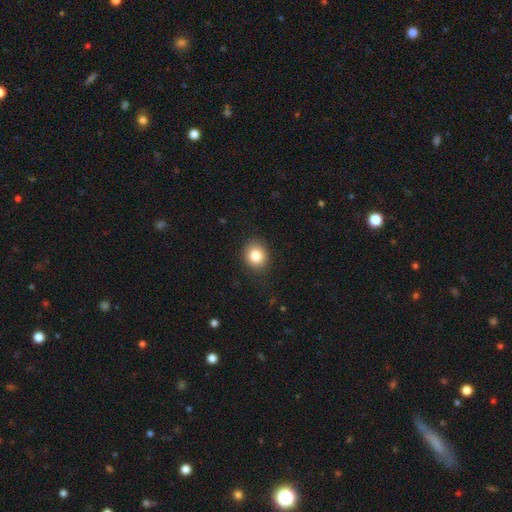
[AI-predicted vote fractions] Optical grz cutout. It shows a smooth galaxy with no disk features (84%) that is round (73%). Merging: none (87%).